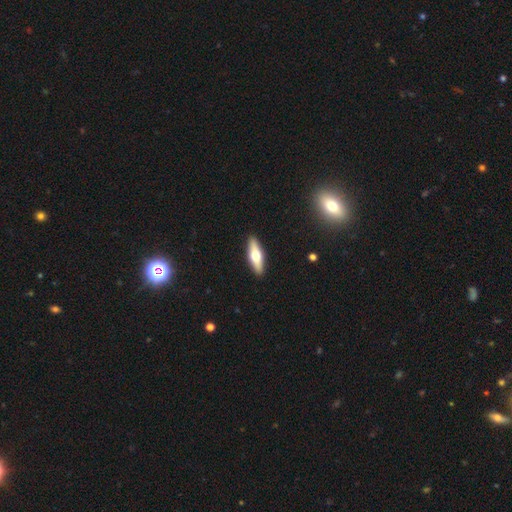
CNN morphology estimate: Smooth or featured? Predicted: smooth (p=0.53). How rounded? Predicted: cigar-shaped (p=0.51). Merging? Predicted: none (p=0.91).